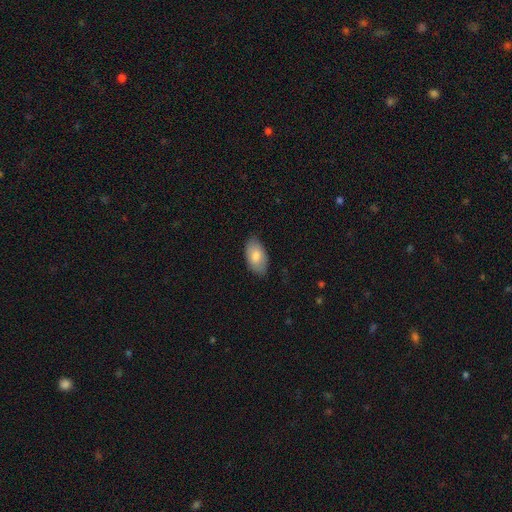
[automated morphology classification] This is likely a smooth galaxy (78%). How rounded: clearly in between (94%). Merging: clearly none (82%).